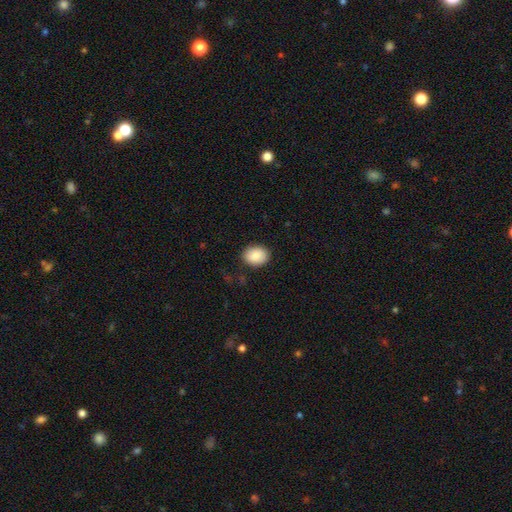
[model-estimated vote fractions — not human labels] A smooth galaxy with no disk features (88%) that is in between round and cigar-shaped (57%).

Vote fractions:
- Smooth or featured? smooth: 88% / star or artifact: 7% / featured or disk: 4%
- How rounded? in between: 57% / round: 43% / cigar-shaped: 1%
- Merging? none: 87% / minor disturbance: 9% / major disturbance: 2% / merger: 1%